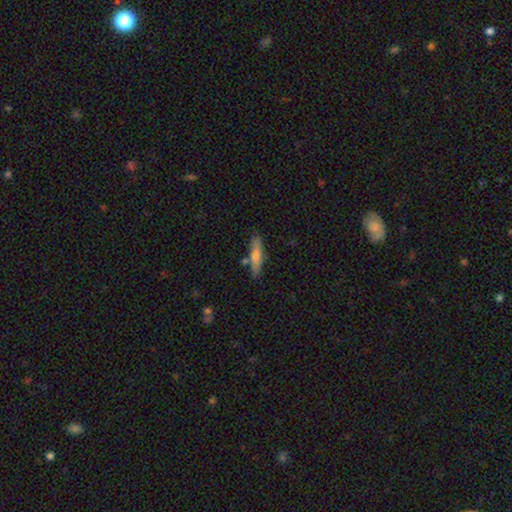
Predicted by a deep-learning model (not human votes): This appears to be a smooth galaxy with no disk features (58%) that is cigar-shaped (85%). Merging: none (79%).